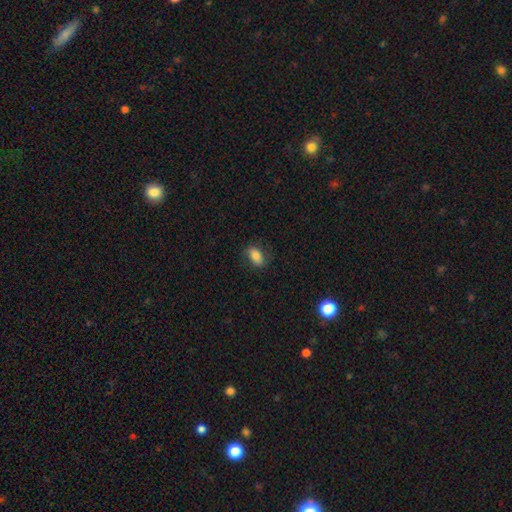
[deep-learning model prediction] smooth 80%, featured or disk 11%, star or artifact 9%. Down the decision tree: how rounded — in between (89%); merging — none (77%).